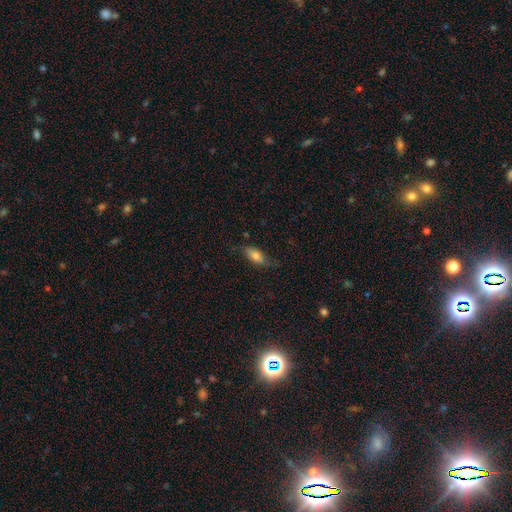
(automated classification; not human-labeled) Morphology: type=smooth (77%); roundness=in between (83%); merging=none (68%).